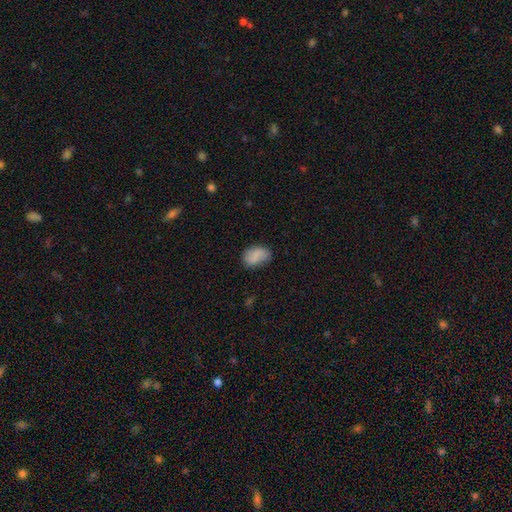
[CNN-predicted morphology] This appears to be a smooth galaxy with no disk features (82%) that is in between round and cigar-shaped (86%). Merging: none (74%).